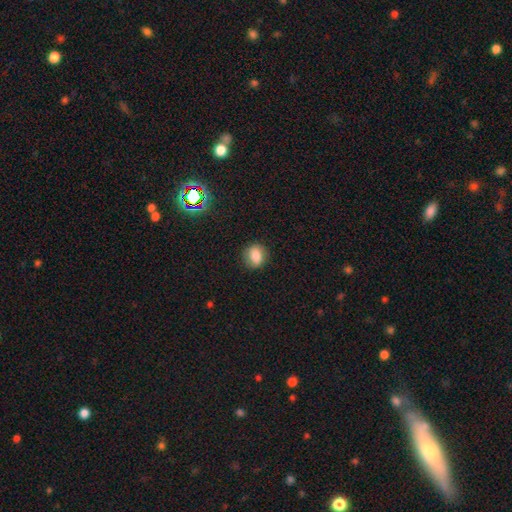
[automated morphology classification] smooth_or_featured: smooth (p=0.79) [alt: star or artifact p=0.11]
how_rounded: round (p=0.70) [alt: in between p=0.29]
merging: none (p=0.84) [alt: minor disturbance p=0.12]